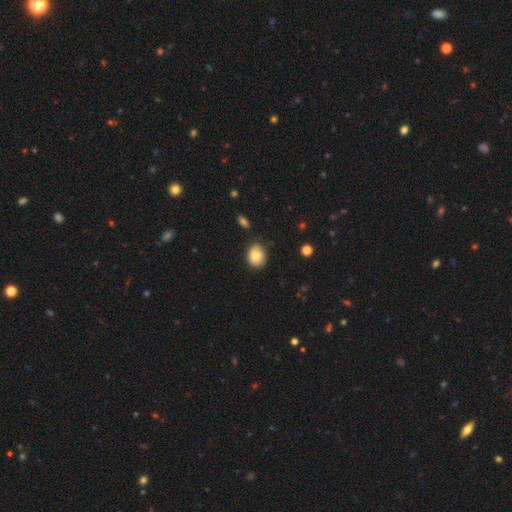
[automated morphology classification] Overall: smooth (81%). How rounded: in between (51%; round 48%). Merging: none (74%).